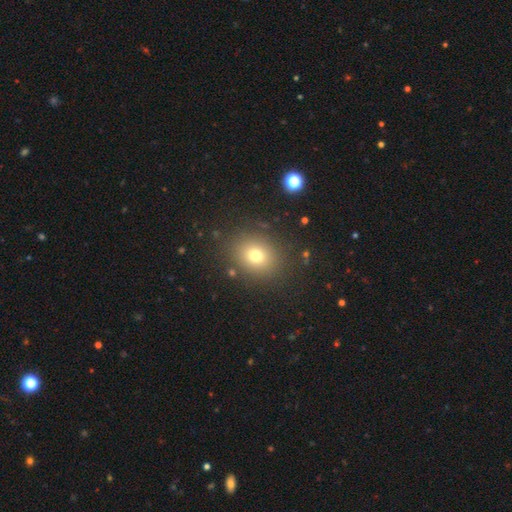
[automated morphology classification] smooth-or-featured: smooth: 73% | star or artifact: 16% | featured or disk: 11%
  how-rounded: round: 65% | in between: 34% | cigar-shaped: 1%
  merging: none: 86% | minor disturbance: 8% | major disturbance: 4% | merger: 2%